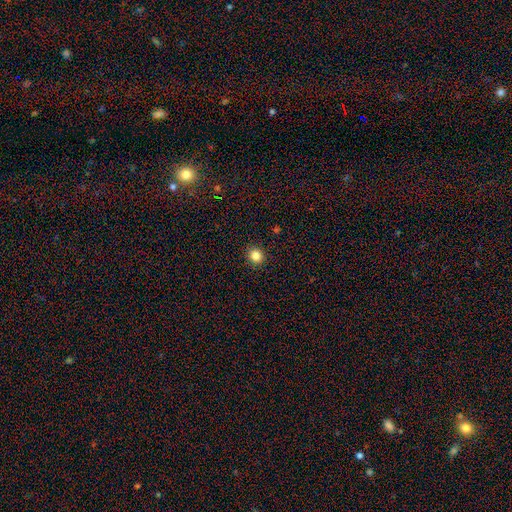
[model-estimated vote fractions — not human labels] A smooth galaxy with no disk features (84%) that is round (85%). Merging: none (92%).